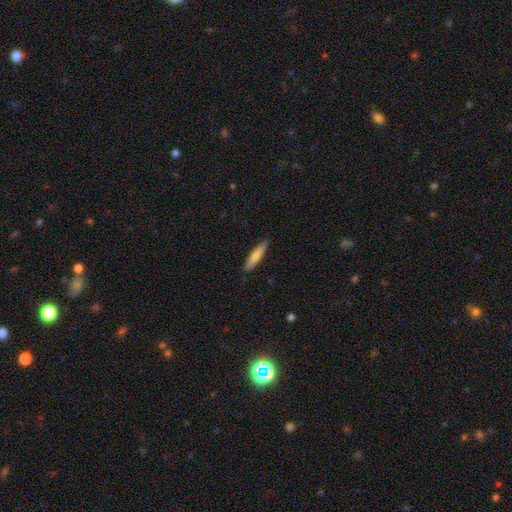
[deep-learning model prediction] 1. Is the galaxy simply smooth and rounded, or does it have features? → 74% smooth, 20% featured or disk, 5% star or artifact.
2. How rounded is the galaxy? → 85% cigar-shaped, 14% in between, 1% round.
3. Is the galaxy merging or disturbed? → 89% none, 8% minor disturbance, 2% major disturbance, 1% merger.